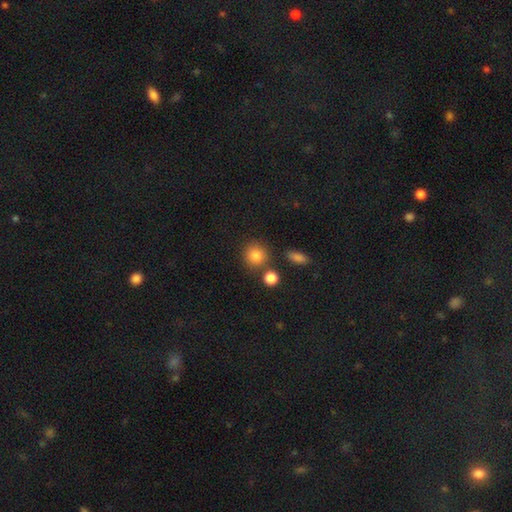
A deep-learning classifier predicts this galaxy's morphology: Smooth or featured: smooth — 83% (star or artifact — 11%)
How rounded: round — 88% (in between — 11%)
Merging: none — 77% (merger — 10%)